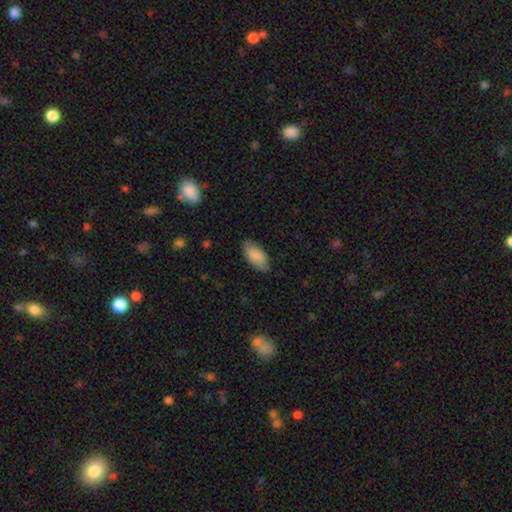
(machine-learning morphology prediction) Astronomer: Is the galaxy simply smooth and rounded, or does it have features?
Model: smooth — 88%.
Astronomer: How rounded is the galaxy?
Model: in between — 93%.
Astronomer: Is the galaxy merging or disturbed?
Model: none — 82%.